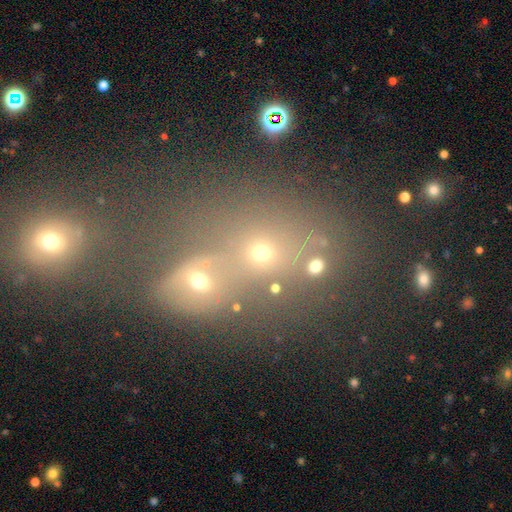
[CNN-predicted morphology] smooth_or_featured: smooth (p=0.50) [alt: star or artifact p=0.33]
merging: merger (p=0.56) [alt: none p=0.31]